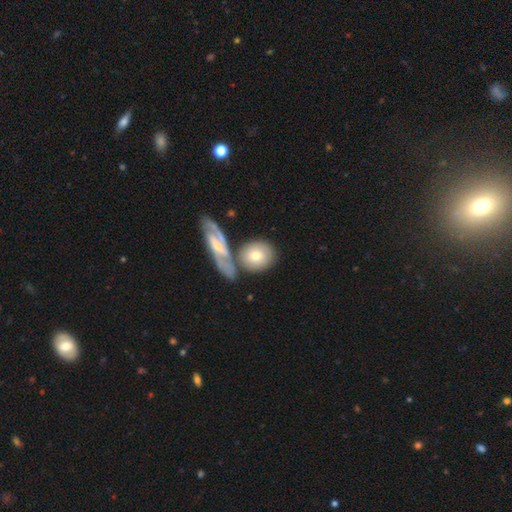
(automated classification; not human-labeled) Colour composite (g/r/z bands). It shows a smooth galaxy with no disk features (61%) that is round (64%). Merging: none (56%).